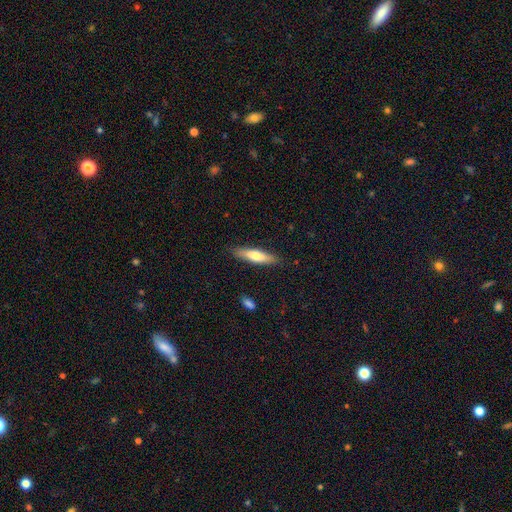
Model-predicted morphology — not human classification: The model was most divided on "smooth or featured": smooth: 64%, featured or disk: 30%, star or artifact: 6%. More confident: merging — none (87%); how rounded — cigar-shaped (74%).